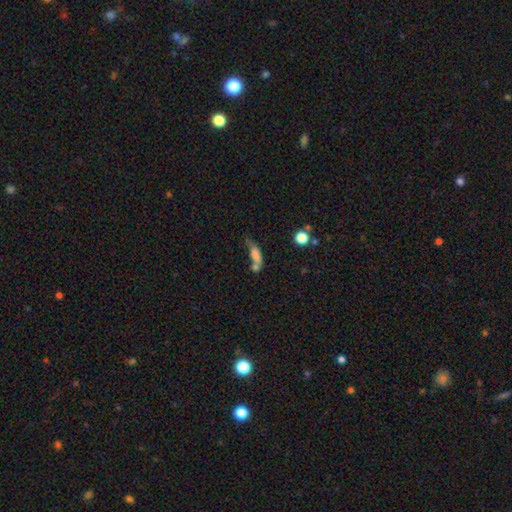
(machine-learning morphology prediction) The model was most divided on "merging": merger: 45%, none: 22%, minor disturbance: 17%, major disturbance: 17%. More confident: smooth or featured — smooth (68%); how rounded — in between (62%).